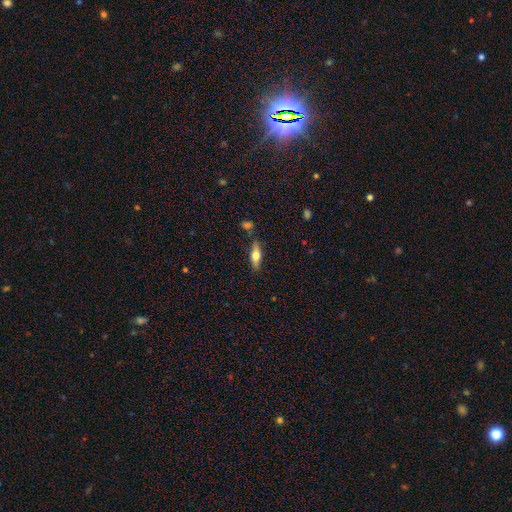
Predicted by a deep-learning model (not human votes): The model was most divided on "smooth or featured": smooth: 56%, featured or disk: 38%, star or artifact: 7%. More confident: merging — none (80%); how rounded — in between (58%).